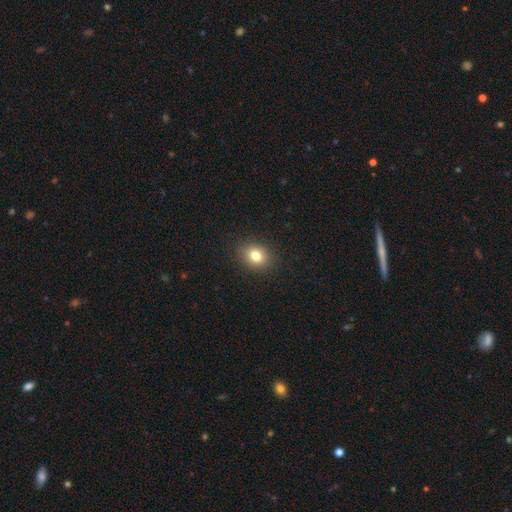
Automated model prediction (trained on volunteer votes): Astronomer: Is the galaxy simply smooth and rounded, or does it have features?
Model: smooth — 80%.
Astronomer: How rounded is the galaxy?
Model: round — 54% (runner-up: in between, 45%).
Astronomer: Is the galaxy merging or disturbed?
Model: none — 89%.